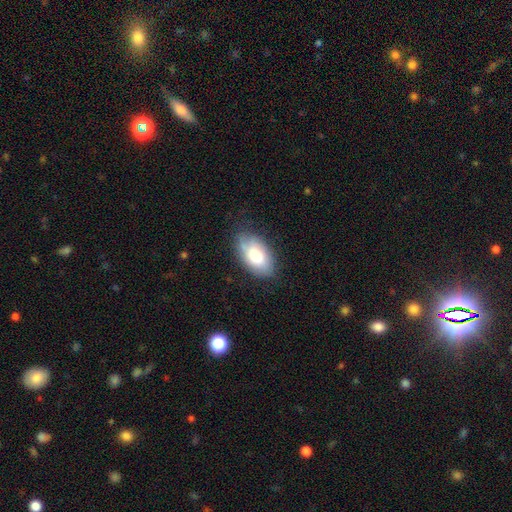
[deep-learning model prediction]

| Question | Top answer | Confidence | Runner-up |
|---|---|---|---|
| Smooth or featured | smooth | 69% | featured or disk (24%) |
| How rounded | in between | 93% | round (5%) |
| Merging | none | 73% | minor disturbance (21%) |